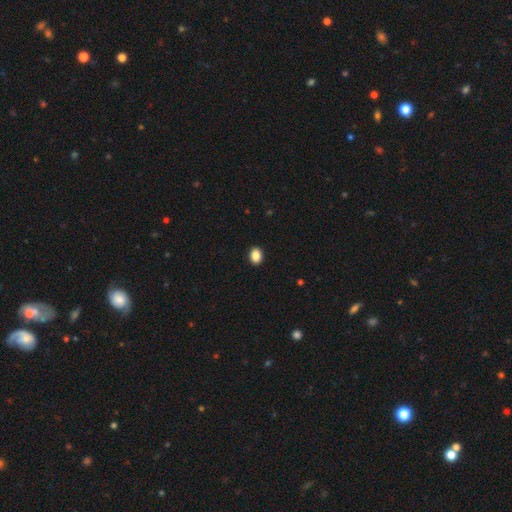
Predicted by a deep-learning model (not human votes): A smooth galaxy with no disk features (88%) that is in between round and cigar-shaped (67%). Merging: none (92%).